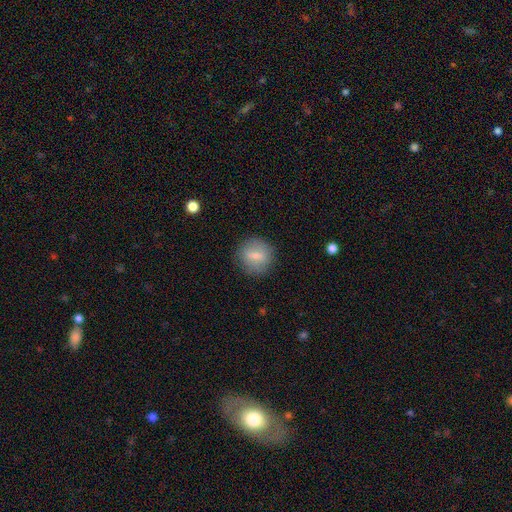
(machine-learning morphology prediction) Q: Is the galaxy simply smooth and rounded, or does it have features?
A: smooth — 69%.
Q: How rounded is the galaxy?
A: round — 88%.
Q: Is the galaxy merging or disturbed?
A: none — 84%.